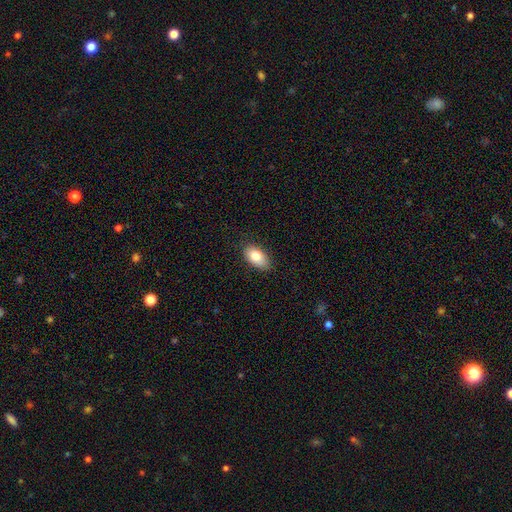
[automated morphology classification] Overall: smooth (82%). How rounded: in between (92%). Merging: none (82%).